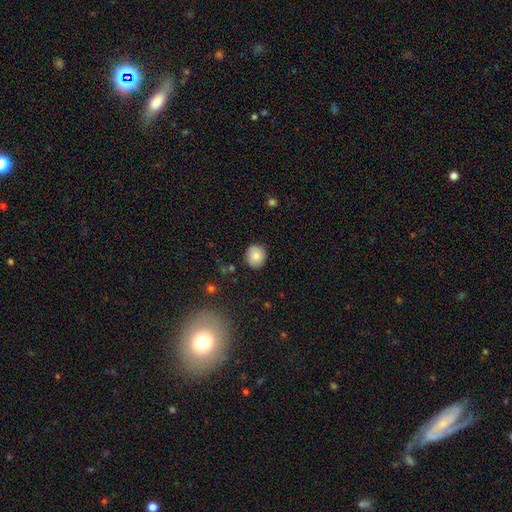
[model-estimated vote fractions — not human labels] This appears to be a smooth galaxy with no disk features (80%) that is round (76%). Merging: none (86%).